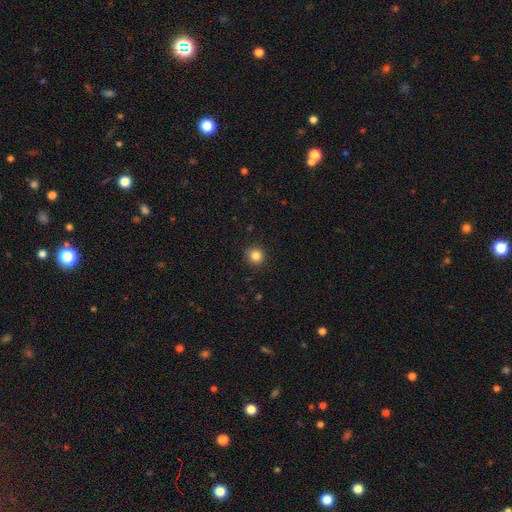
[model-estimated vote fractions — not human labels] Smooth or featured? smooth (85%)
How rounded? round (92%)
Merging? none (89%)